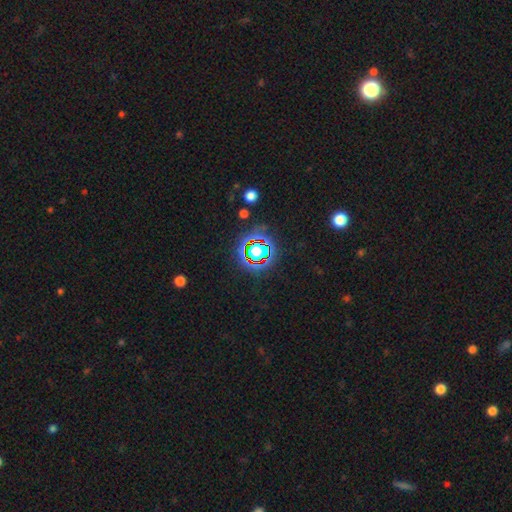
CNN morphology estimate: Overall: star or artifact (79%).